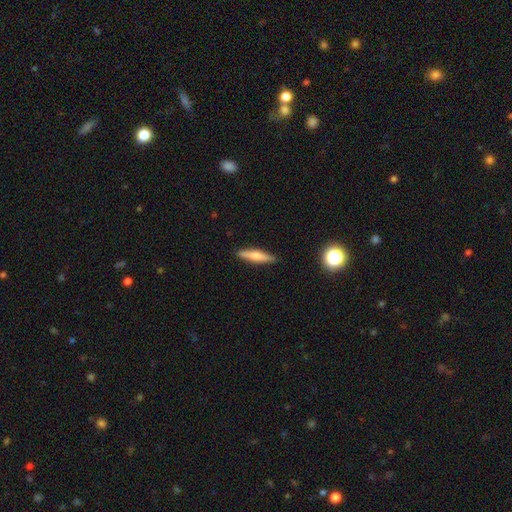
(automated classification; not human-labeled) This appears to be a smooth galaxy with no disk features (56%) that is cigar-shaped (83%). Merging: none (88%).